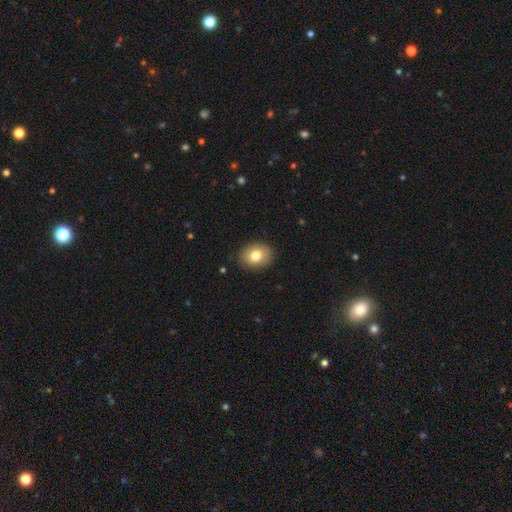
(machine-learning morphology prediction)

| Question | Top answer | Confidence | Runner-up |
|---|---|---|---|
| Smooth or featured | smooth | 79% | featured or disk (12%) |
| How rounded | in between | 51% | round (48%) |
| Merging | none | 89% | minor disturbance (8%) |